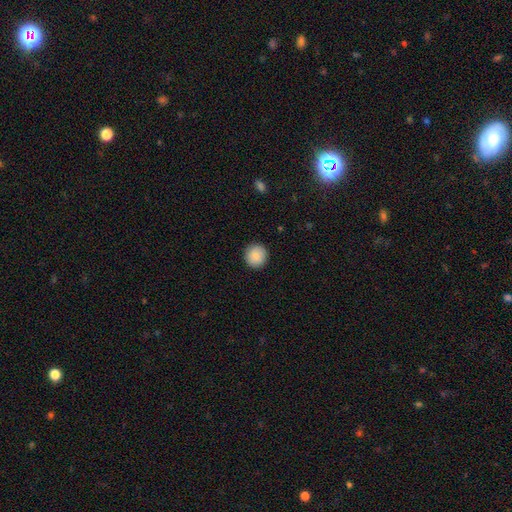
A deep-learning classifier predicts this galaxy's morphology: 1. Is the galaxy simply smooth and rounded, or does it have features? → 86% smooth, 8% star or artifact, 6% featured or disk.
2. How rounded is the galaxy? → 94% round, 5% in between, 1% cigar-shaped.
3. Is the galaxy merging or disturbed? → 92% none, 5% minor disturbance, 2% major disturbance, 1% merger.